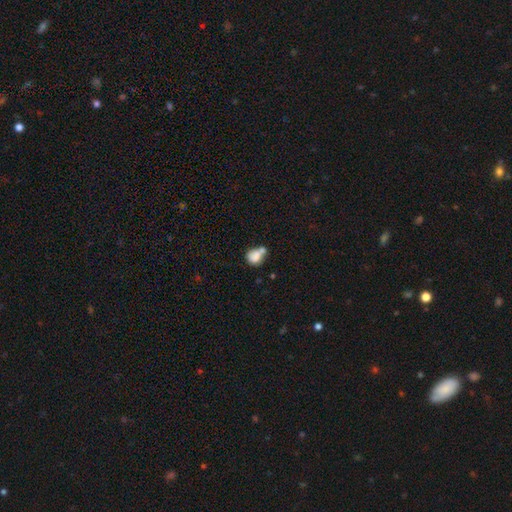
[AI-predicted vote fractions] Q: Smooth or featured?
A: smooth (77%); runner-up: featured or disk (14%)
Q: How rounded?
A: round (56%); runner-up: in between (43%)
Q: Merging?
A: merger (50%); runner-up: none (28%)